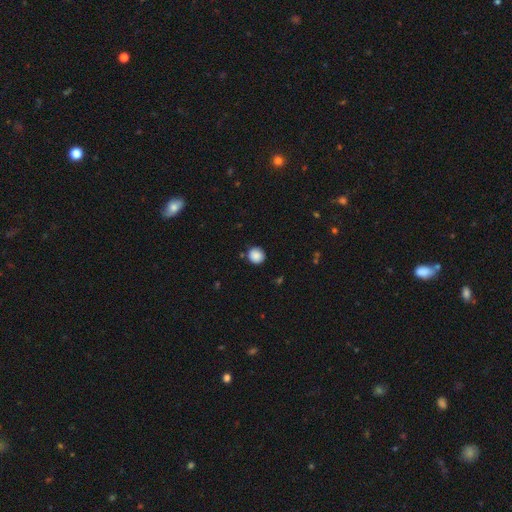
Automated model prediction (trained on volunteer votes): smooth 88%, star or artifact 9%, featured or disk 4%. Down the decision tree: how rounded — round (91%); merging — none (87%).